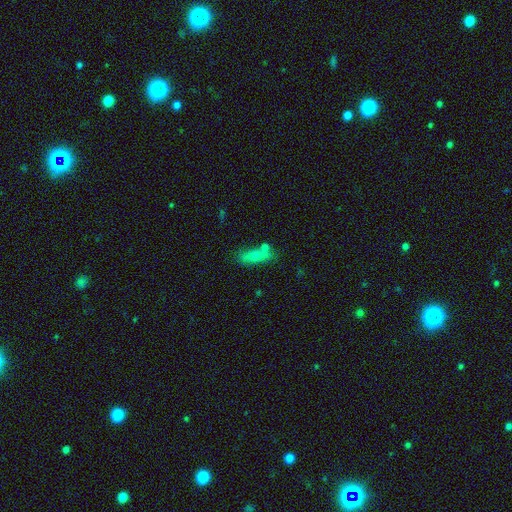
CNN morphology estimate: Overall: smooth (71%). How rounded: in between (55%; cigar-shaped 41%). Merging: none (60%).